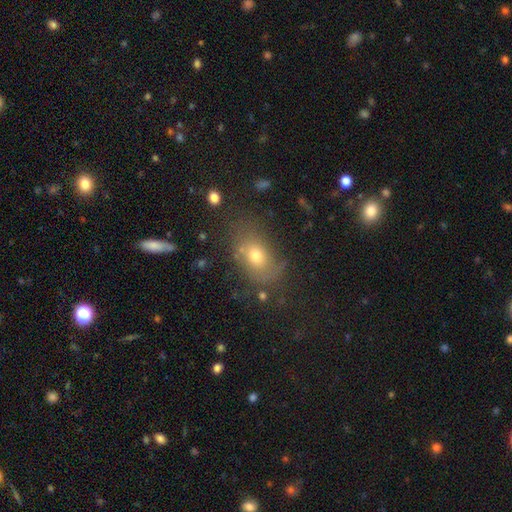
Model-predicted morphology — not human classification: A smooth galaxy with no disk features (56%) that is in between round and cigar-shaped (72%).

Vote fractions:
- Smooth or featured? smooth: 56% / featured or disk: 23% / star or artifact: 20%
- How rounded? in between: 72% / round: 25% / cigar-shaped: 3%
- Merging? none: 69% / minor disturbance: 19% / major disturbance: 10% / merger: 3%